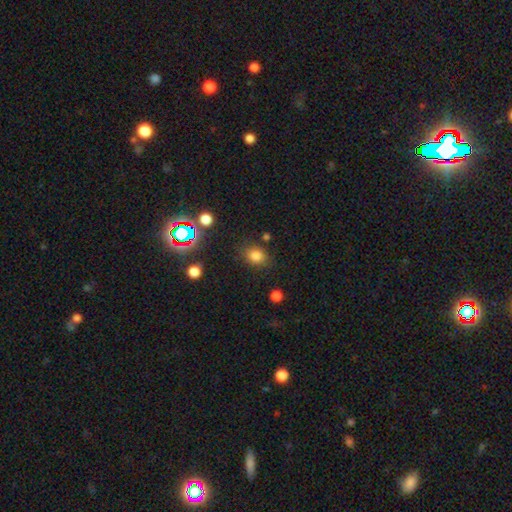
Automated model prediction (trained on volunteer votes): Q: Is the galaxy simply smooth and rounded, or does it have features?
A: smooth — 78%.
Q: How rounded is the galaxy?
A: round — 53%.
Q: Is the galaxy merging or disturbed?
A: none — 80%.